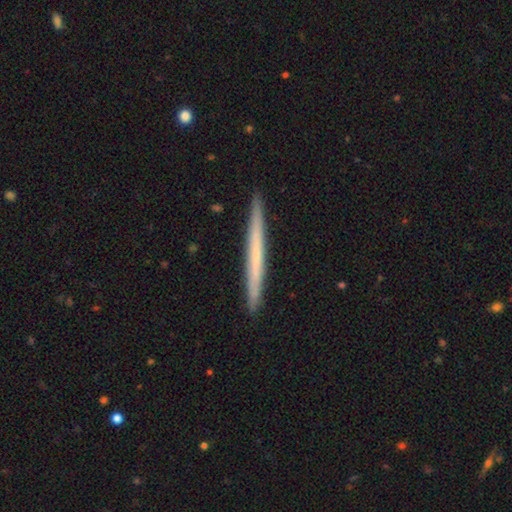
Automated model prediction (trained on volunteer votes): Overall: smooth (50%; featured or disk 45%). Merging: none (92%).